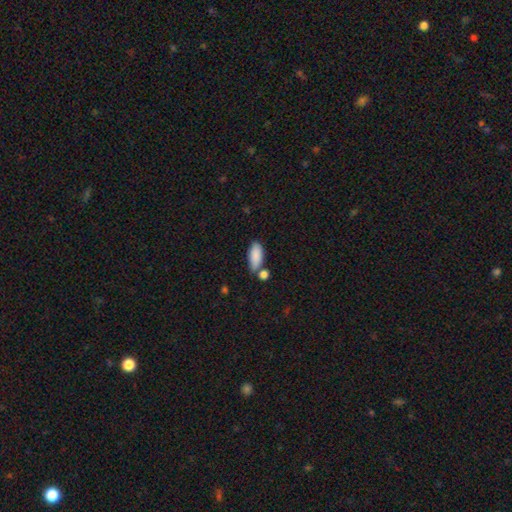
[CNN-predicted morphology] type=smooth (87%); roundness=in between (85%); merging=none (56%).